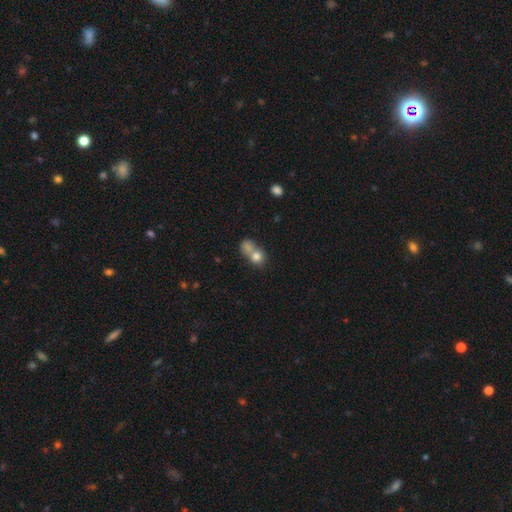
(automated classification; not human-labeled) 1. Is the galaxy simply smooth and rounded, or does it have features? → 75% smooth, 15% featured or disk, 11% star or artifact.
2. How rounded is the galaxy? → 69% round, 30% in between, 1% cigar-shaped.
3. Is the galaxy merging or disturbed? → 66% merger, 24% none, 6% minor disturbance, 4% major disturbance.